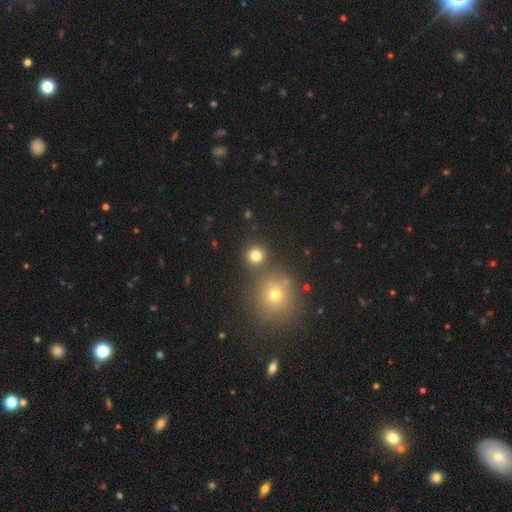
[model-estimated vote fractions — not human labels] This appears to be a smooth galaxy with no disk features (78%) that is round (92%). Merging: none (79%).